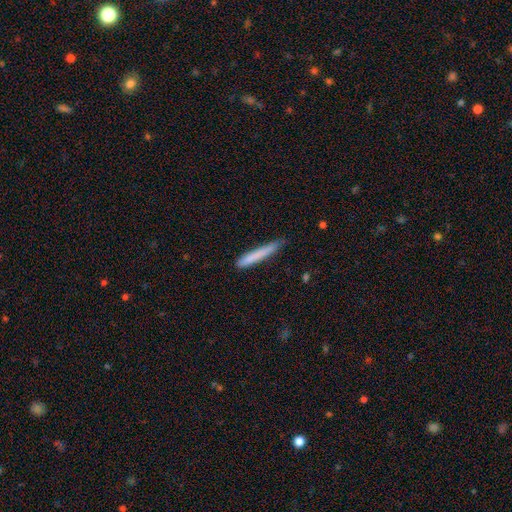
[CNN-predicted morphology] The model was most divided on "merging": none: 78%, minor disturbance: 18%, major disturbance: 3%, merger: 2%. More confident: how rounded — cigar-shaped (96%); smooth or featured — smooth (77%).